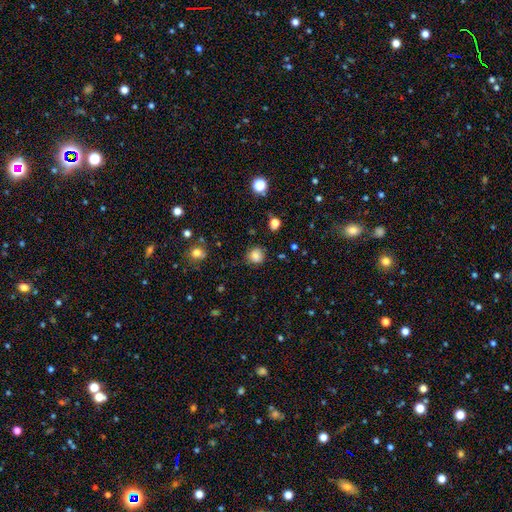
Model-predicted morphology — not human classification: A smooth galaxy with no disk features (83%) that is round (88%). Merging: none (82%).